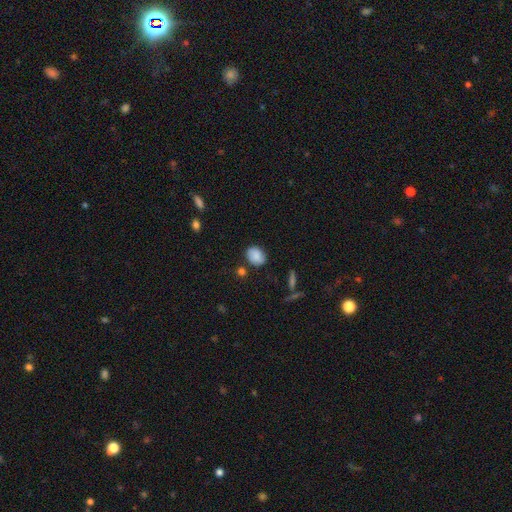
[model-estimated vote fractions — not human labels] A smooth galaxy with no disk features (83%) that is round (50%).

Vote fractions:
- Smooth or featured? smooth: 83% / star or artifact: 9% / featured or disk: 8%
- How rounded? round: 50% / in between: 49% / cigar-shaped: 1%
- Merging? none: 75% / minor disturbance: 17% / merger: 5% / major disturbance: 4%